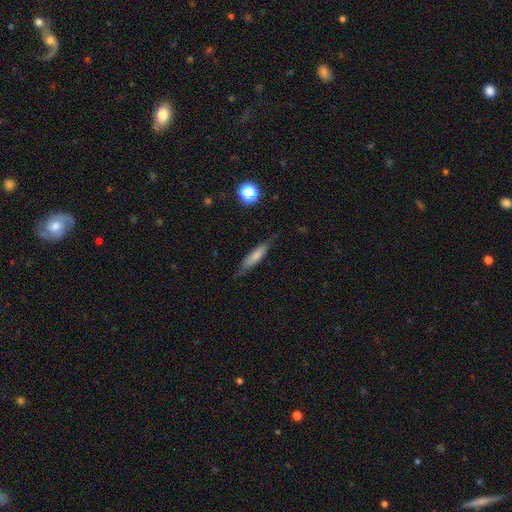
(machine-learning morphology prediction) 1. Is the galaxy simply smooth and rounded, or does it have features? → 68% smooth, 25% featured or disk, 7% star or artifact.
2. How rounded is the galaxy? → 76% cigar-shaped, 22% in between, 2% round.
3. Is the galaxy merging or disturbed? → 75% none, 19% minor disturbance, 5% major disturbance, 1% merger.